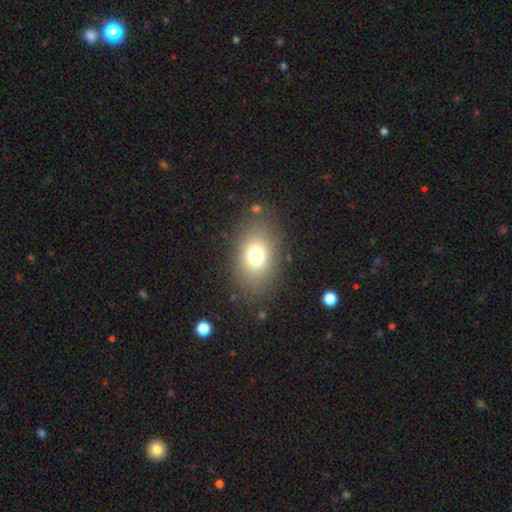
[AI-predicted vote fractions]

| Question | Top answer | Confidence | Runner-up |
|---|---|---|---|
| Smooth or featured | smooth | 74% | star or artifact (13%) |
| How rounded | in between | 74% | round (25%) |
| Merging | none | 83% | minor disturbance (10%) |